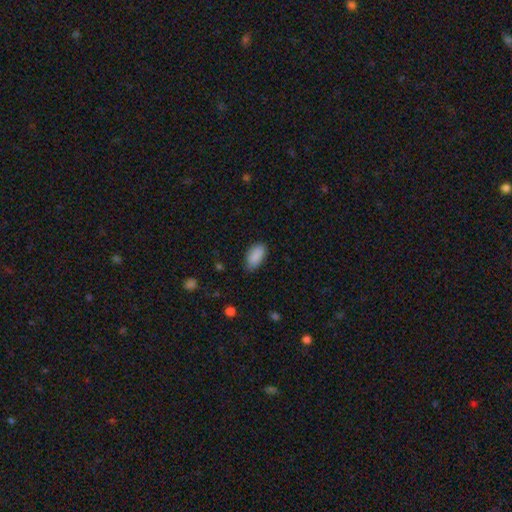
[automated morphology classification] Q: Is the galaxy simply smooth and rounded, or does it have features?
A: smooth — 89%.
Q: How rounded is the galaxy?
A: in between — 93%.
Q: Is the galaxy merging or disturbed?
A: none — 79%.